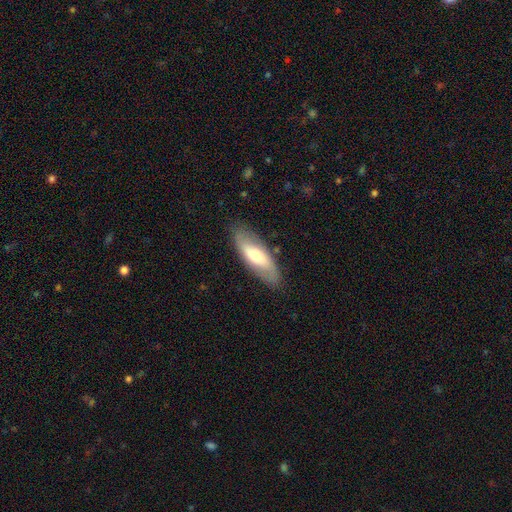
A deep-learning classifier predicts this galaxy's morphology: A smooth galaxy with no disk features (49%). Merging: none (84%).